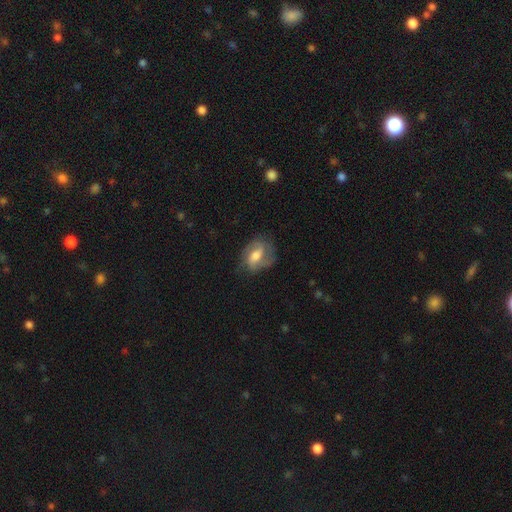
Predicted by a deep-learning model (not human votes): This appears to be a featured or disk galaxy (62%) with a weak bar (47%), 2 (74%) medium (47%) spiral arms (86%) and a moderate central bulge (56%). Merging: none (66%).